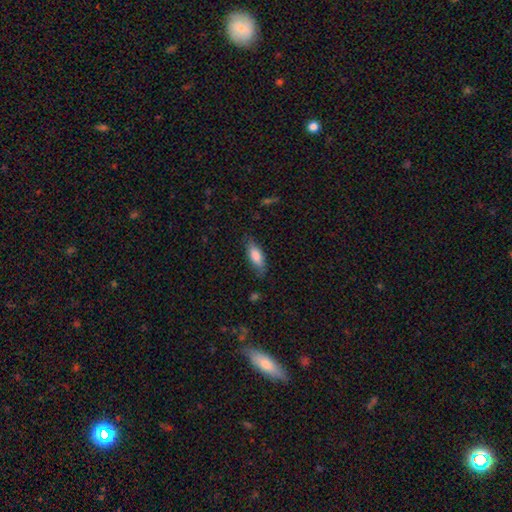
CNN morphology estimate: Smooth or featured: smooth — 80% (featured or disk — 13%)
How rounded: in between — 64% (cigar-shaped — 34%)
Merging: none — 78% (minor disturbance — 17%)